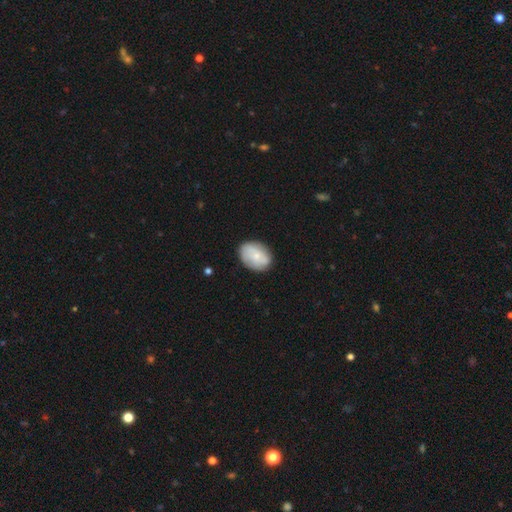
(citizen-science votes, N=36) A smooth galaxy with no disk features (64%) that is in between round and cigar-shaped (78%).

Vote fractions:
- Smooth or featured? smooth: 64% / featured or disk: 36% / star or artifact: 0%
- How rounded? in between: 78% / round: 22% / cigar-shaped: 0%
- Merging? none: 61% / minor disturbance: 28% / major disturbance: 11% / merger: 0%